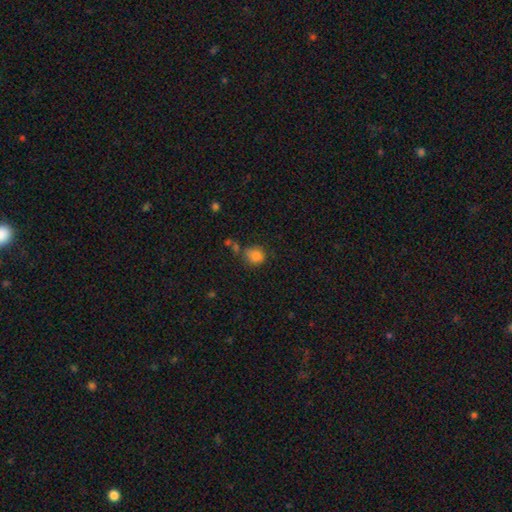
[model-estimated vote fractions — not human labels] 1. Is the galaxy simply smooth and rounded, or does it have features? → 82% smooth, 11% star or artifact, 7% featured or disk.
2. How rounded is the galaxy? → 80% round, 19% in between, 1% cigar-shaped.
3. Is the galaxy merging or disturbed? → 67% none, 18% minor disturbance, 9% merger, 6% major disturbance.